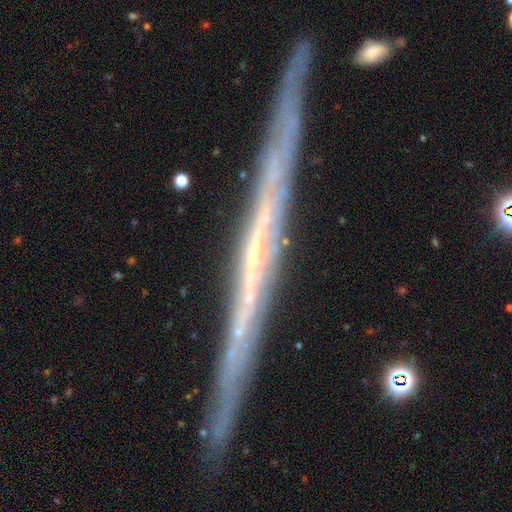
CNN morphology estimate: This is clearly a featured or disk galaxy (81%). It is clearly viewed edge-on (97%). Edge-on bulge: likely none (76%). Merging: clearly none (89%).